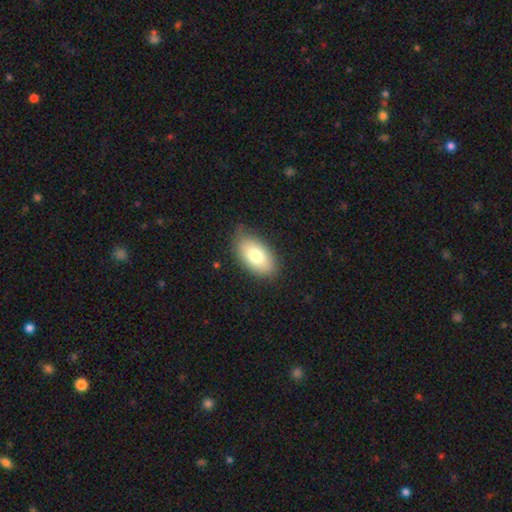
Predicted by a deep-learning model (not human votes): Smooth or featured: smooth — 76% (featured or disk — 17%)
How rounded: in between — 93% (round — 5%)
Merging: none — 79% (minor disturbance — 16%)